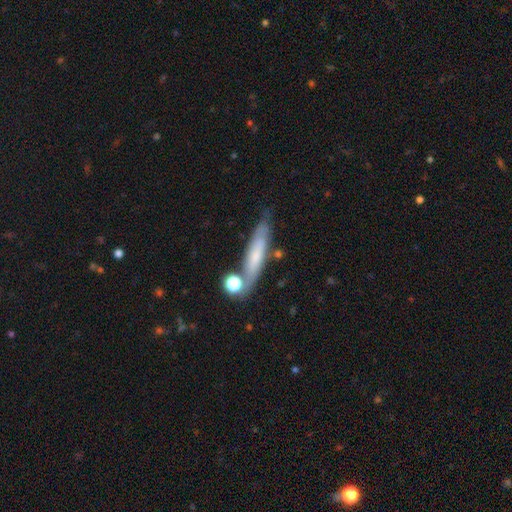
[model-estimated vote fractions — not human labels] Smooth or featured?
  - smooth: 56% *
  - featured or disk: 36%
  - star or artifact: 8%
How rounded?
  - cigar-shaped: 82% *
  - in between: 15%
  - round: 3%
Merging?
  - none: 66% *
  - minor disturbance: 18%
  - merger: 10%
  - major disturbance: 5%